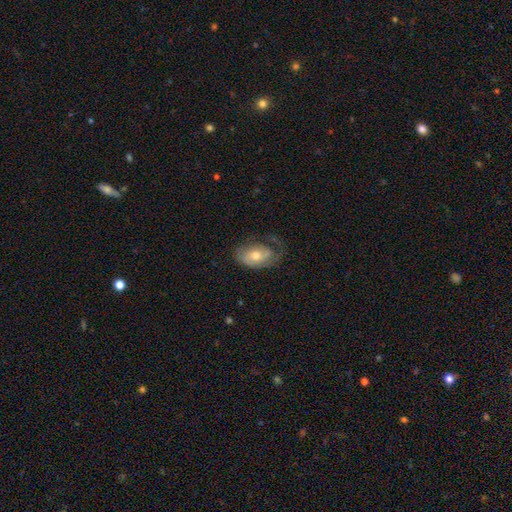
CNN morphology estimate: smooth_or_featured: featured or disk (p=0.58) [alt: smooth p=0.35]
disk_edge_on: no (p=0.93) [alt: yes p=0.07]
bar: no (p=0.70) [alt: weak p=0.24]
has_spiral_arms: yes (p=0.76) [alt: no p=0.24]
bulge_size: moderate (p=0.65) [alt: small p=0.27]
merging: none (p=0.47) [alt: minor disturbance p=0.26]